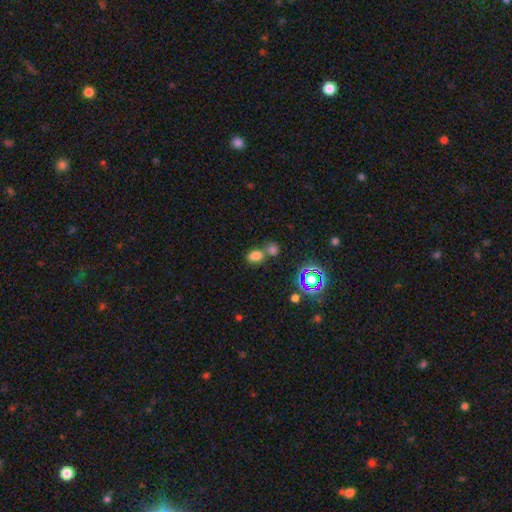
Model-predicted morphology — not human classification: A smooth galaxy with no disk features (72%) that is in between round and cigar-shaped (66%). Merging: none (44%).